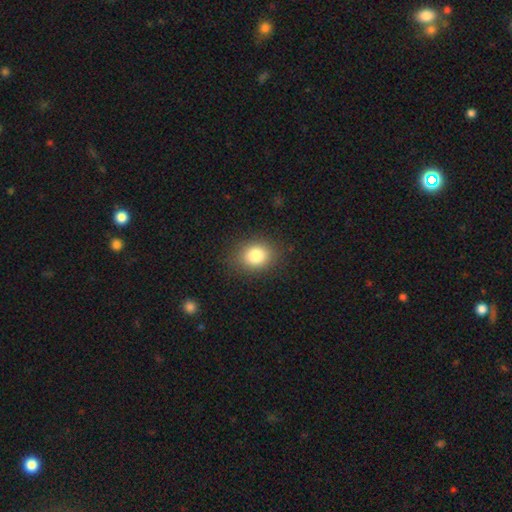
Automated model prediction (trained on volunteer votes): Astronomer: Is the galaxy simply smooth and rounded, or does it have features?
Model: smooth — 82%.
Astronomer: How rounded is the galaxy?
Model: round — 56% (runner-up: in between, 43%).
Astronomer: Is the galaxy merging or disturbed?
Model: none — 86%.